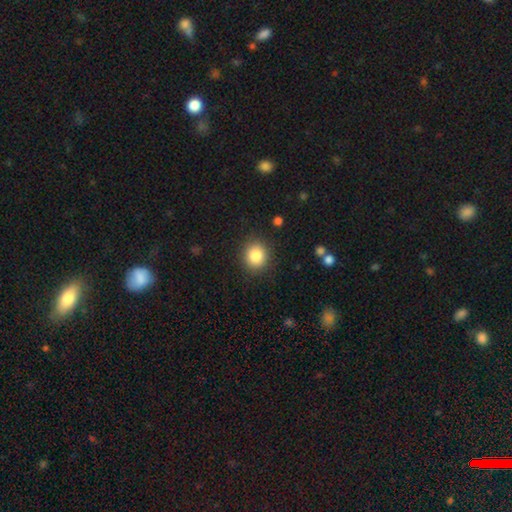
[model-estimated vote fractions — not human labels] A smooth galaxy with no disk features (85%) that is round (83%).

Vote fractions:
- Smooth or featured? smooth: 85% / star or artifact: 10% / featured or disk: 6%
- How rounded? round: 83% / in between: 16% / cigar-shaped: 1%
- Merging? none: 89% / minor disturbance: 7% / major disturbance: 2% / merger: 1%